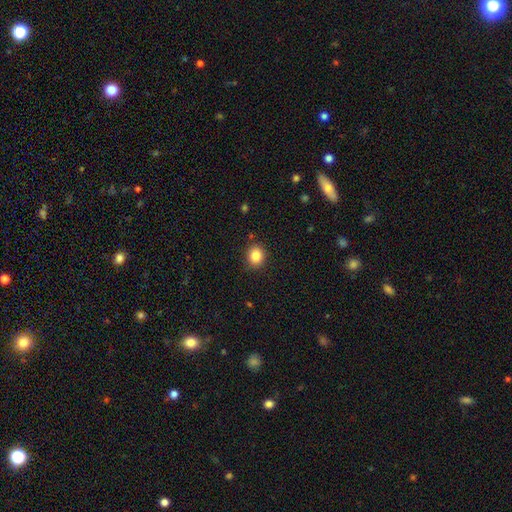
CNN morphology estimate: A smooth galaxy with no disk features (85%) that is round (71%). Merging: none (88%).